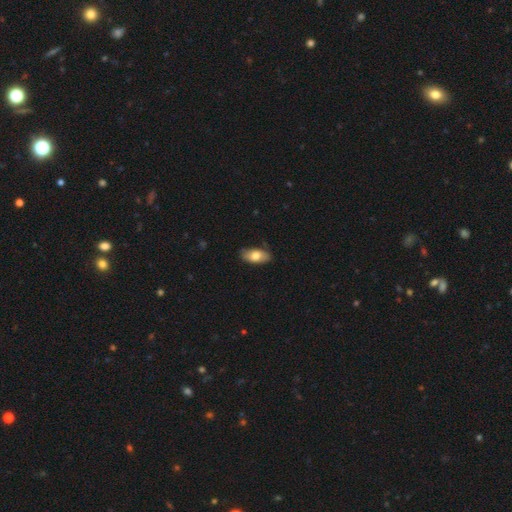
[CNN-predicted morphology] This appears to be a smooth galaxy with no disk features (73%) that is in between round and cigar-shaped (91%). Merging: none (82%).